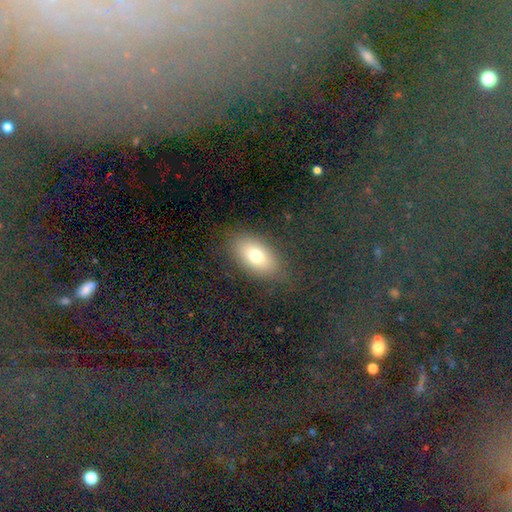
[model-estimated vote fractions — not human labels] smooth-or-featured: smooth: 72% | featured or disk: 17% | star or artifact: 11%
  how-rounded: in between: 86% | round: 10% | cigar-shaped: 3%
  merging: none: 77% | minor disturbance: 13% | major disturbance: 9% | merger: 1%